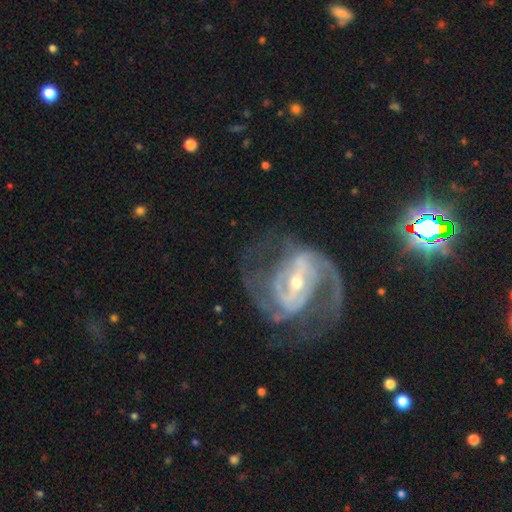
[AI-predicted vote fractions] Smooth or featured: featured or disk — 88% (star or artifact — 8%)
Edge-on disk: no — 97% (yes — 3%)
Bar: strong — 51% (weak — 33%)
Spiral arms: yes — 96% (no — 4%)
Spiral winding: medium — 51% (tight — 34%)
Spiral arm count: 2 — 74% (can't tell — 9%)
Bulge size: small — 67% (moderate — 28%)
Merging: none — 68% (major disturbance — 15%)